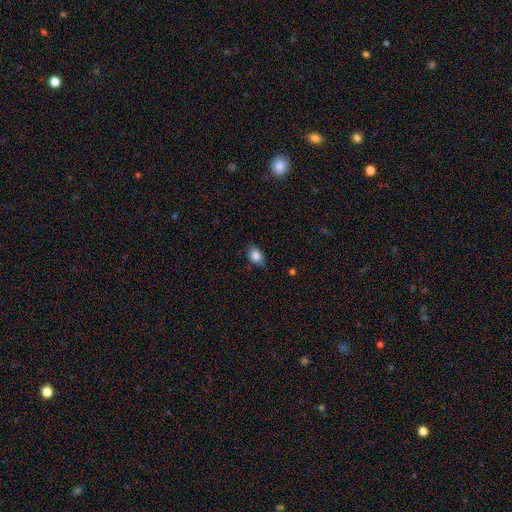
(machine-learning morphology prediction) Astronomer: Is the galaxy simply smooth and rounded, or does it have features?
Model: smooth — 83%.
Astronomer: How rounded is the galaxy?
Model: in between — 74%.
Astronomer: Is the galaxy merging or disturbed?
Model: none — 67%.